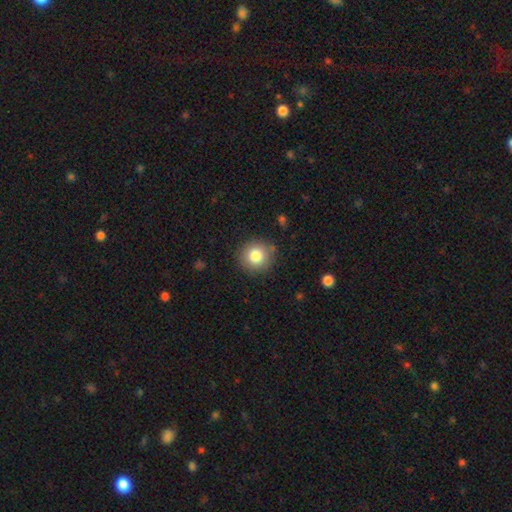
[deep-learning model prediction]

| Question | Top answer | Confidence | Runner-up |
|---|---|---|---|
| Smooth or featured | smooth | 81% | star or artifact (10%) |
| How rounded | round | 93% | in between (6%) |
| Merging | none | 87% | minor disturbance (8%) |